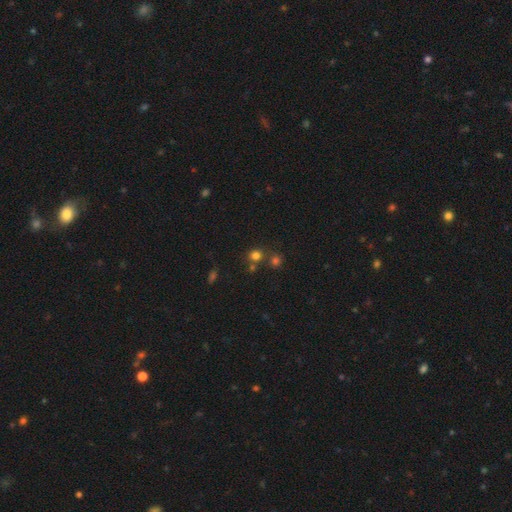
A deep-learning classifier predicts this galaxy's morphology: Smooth or featured? smooth (73%)
How rounded? round (88%)
Merging? none (69%)